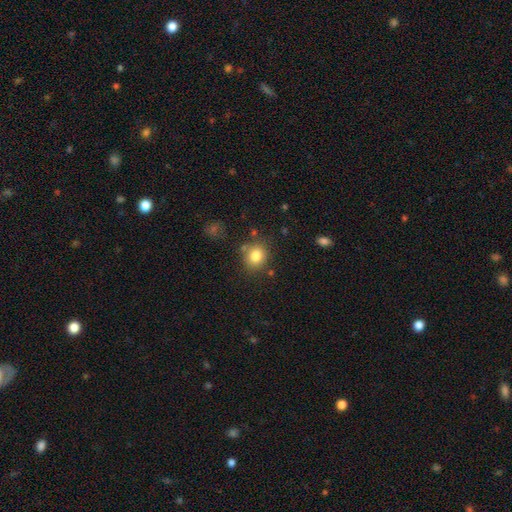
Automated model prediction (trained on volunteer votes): A smooth galaxy with no disk features (81%) that is round (78%). Merging: none (78%).